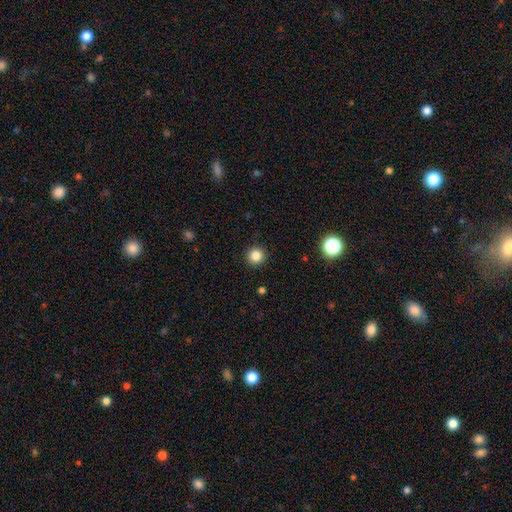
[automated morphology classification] The model was most divided on "smooth or featured": smooth: 85%, star or artifact: 11%, featured or disk: 4%. More confident: how rounded — round (95%); merging — none (92%).